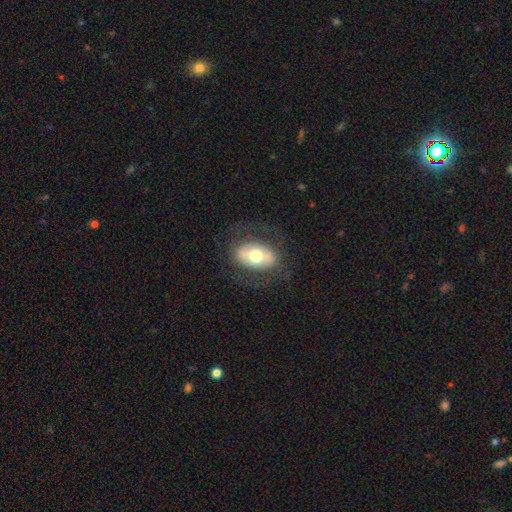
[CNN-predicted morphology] Smooth or featured?
  - smooth: 51% *
  - featured or disk: 42%
  - star or artifact: 7%
How rounded?
  - in between: 84% *
  - round: 14%
  - cigar-shaped: 1%
Merging?
  - none: 75% *
  - minor disturbance: 14%
  - major disturbance: 10%
  - merger: 1%